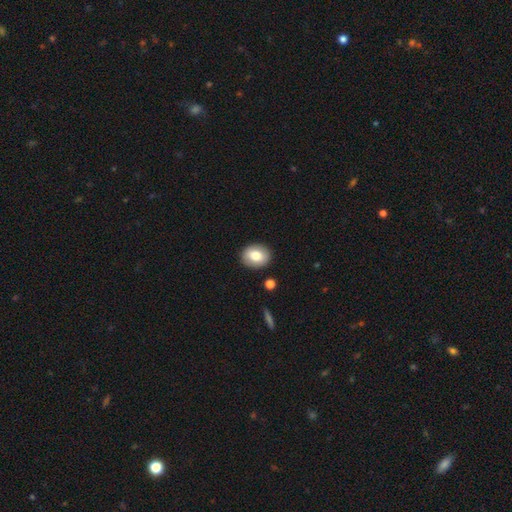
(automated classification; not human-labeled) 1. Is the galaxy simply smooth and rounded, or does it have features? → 77% smooth, 15% featured or disk, 8% star or artifact.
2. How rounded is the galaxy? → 55% round, 44% in between, 1% cigar-shaped.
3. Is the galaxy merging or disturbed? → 89% none, 7% minor disturbance, 2% major disturbance, 2% merger.